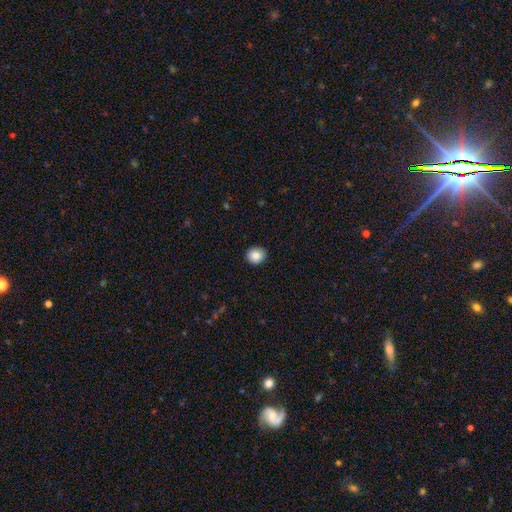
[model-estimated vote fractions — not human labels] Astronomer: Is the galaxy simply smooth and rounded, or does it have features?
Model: smooth — 86%.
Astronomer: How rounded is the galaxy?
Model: round — 77%.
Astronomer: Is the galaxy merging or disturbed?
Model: none — 92%.